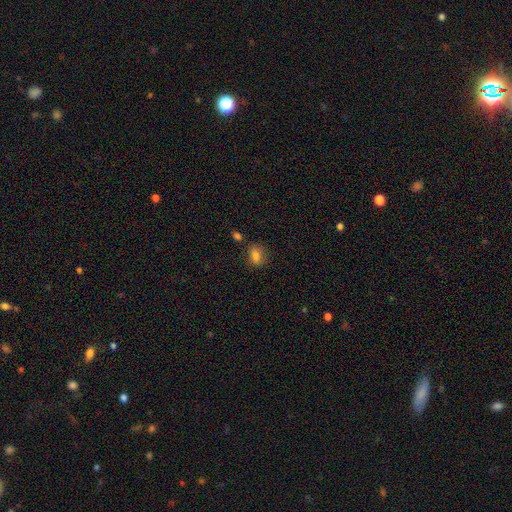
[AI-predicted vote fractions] smooth_or_featured: smooth (p=0.79) [alt: star or artifact p=0.11]
how_rounded: in between (p=0.65) [alt: round p=0.33]
merging: none (p=0.74) [alt: minor disturbance p=0.16]